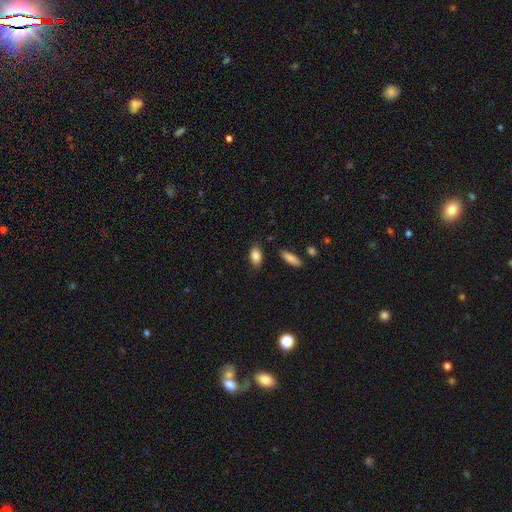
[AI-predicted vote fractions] The model was most divided on "merging": none: 84%, minor disturbance: 11%, major disturbance: 2%, merger: 2%. More confident: how rounded — in between (89%); smooth or featured — smooth (85%).